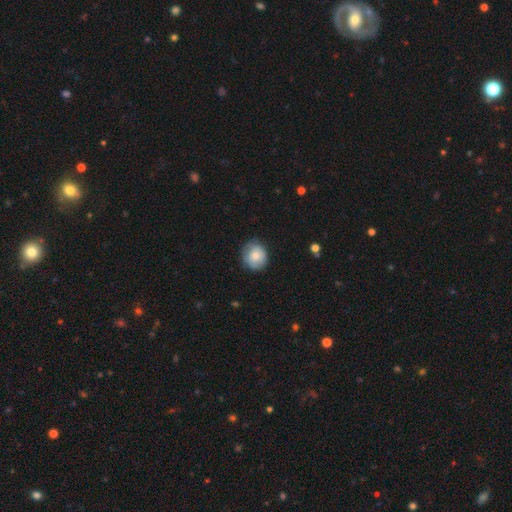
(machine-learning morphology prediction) smooth 75%, featured or disk 18%, star or artifact 7%. Down the decision tree: how rounded — round (82%); merging — none (79%).